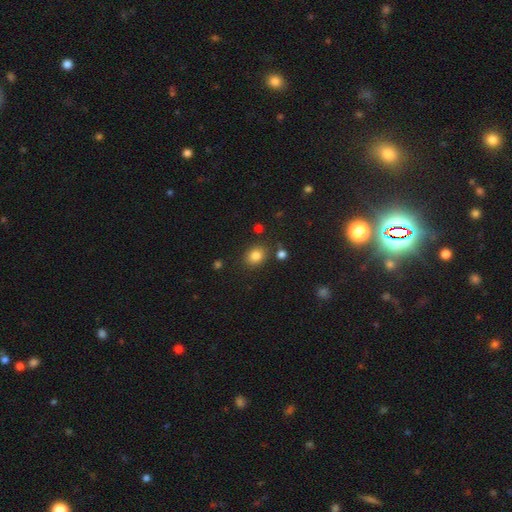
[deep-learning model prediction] Smooth or featured? Predicted: smooth (p=0.83). How rounded? Predicted: round (p=0.58). Merging? Predicted: none (p=0.82).